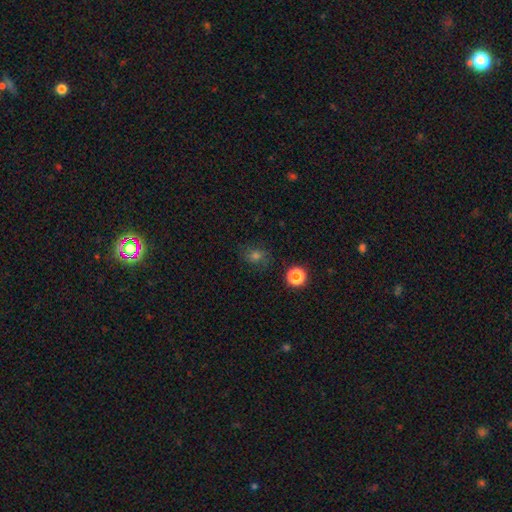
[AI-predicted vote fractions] Q: Smooth or featured?
A: smooth (66%); runner-up: star or artifact (22%)
Q: How rounded?
A: round (69%); runner-up: in between (30%)
Q: Merging?
A: none (78%); runner-up: minor disturbance (15%)